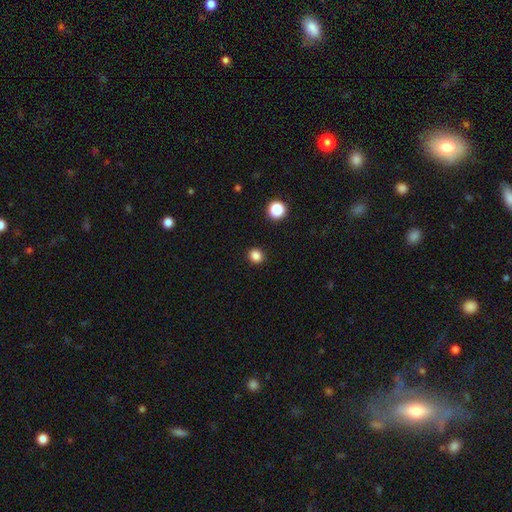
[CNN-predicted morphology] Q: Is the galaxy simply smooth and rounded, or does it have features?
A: smooth — 85%.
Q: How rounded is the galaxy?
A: round — 77%.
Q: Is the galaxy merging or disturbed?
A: none — 91%.